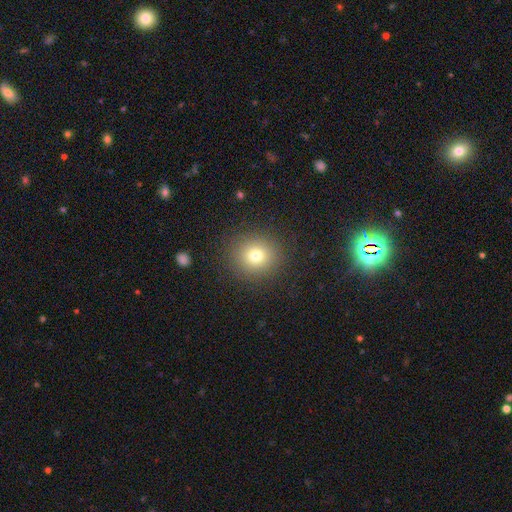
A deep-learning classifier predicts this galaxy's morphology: smooth 74%, star or artifact 16%, featured or disk 10%. Down the decision tree: how rounded — round (89%); merging — none (89%).